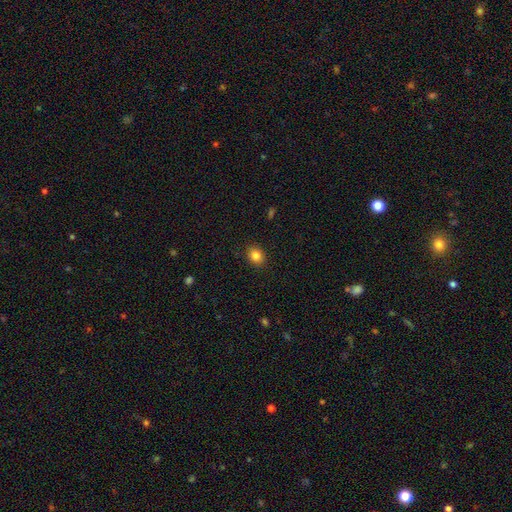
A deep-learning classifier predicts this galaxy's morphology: Smooth or featured? Predicted: smooth (p=0.84). How rounded? Predicted: round (p=0.55). Merging? Predicted: none (p=0.90).